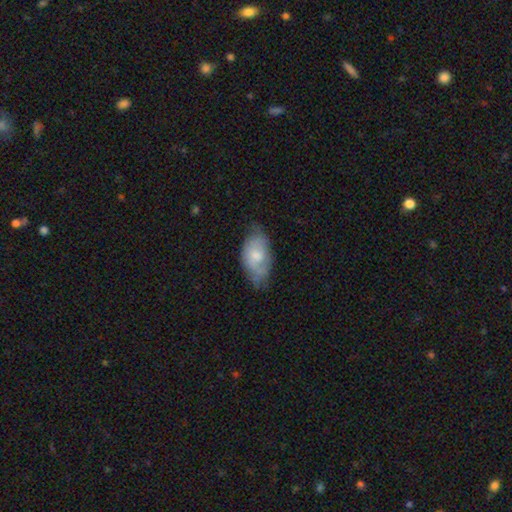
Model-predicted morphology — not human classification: The model was most divided on "smooth or featured": smooth: 52%, featured or disk: 42%, star or artifact: 6%. More confident: how rounded — in between (92%); merging — none (50%).